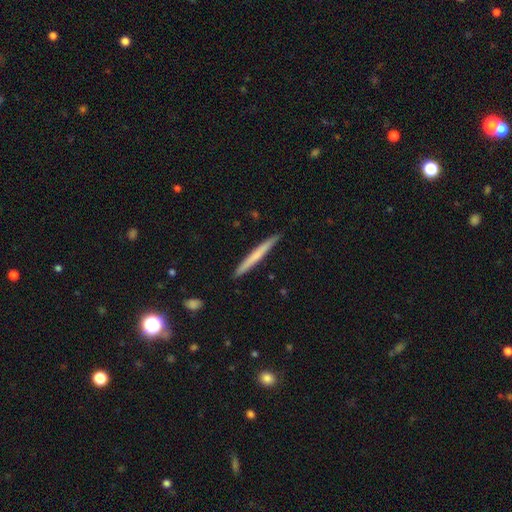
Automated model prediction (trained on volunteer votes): Overall: smooth (57%; featured or disk 37%). How rounded: cigar-shaped (97%). Merging: none (91%).